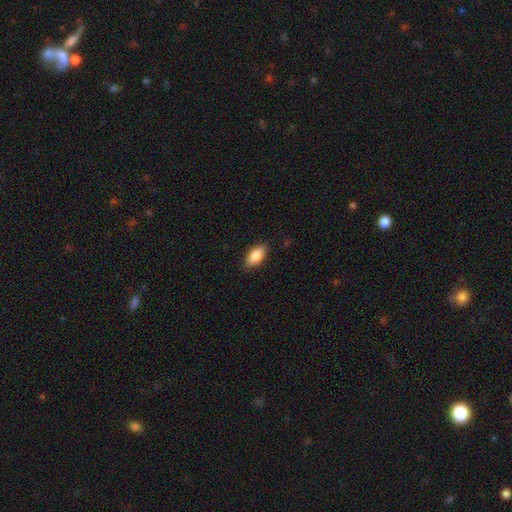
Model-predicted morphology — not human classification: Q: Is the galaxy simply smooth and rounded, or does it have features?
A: smooth — 84%.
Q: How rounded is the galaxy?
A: in between — 89%.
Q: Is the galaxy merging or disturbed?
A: none — 86%.